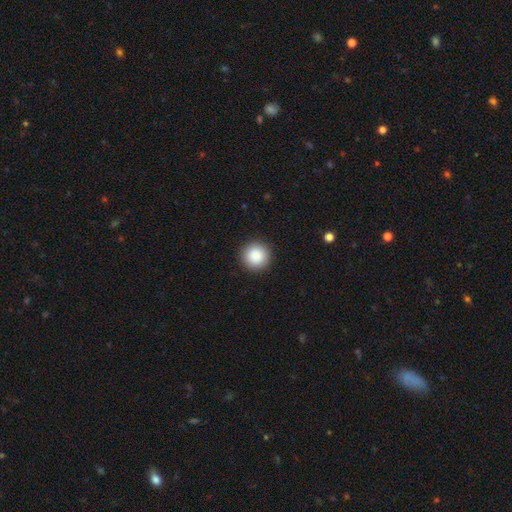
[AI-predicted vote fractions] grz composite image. It shows a smooth galaxy with no disk features (88%) that is round (96%). Merging: none (93%).